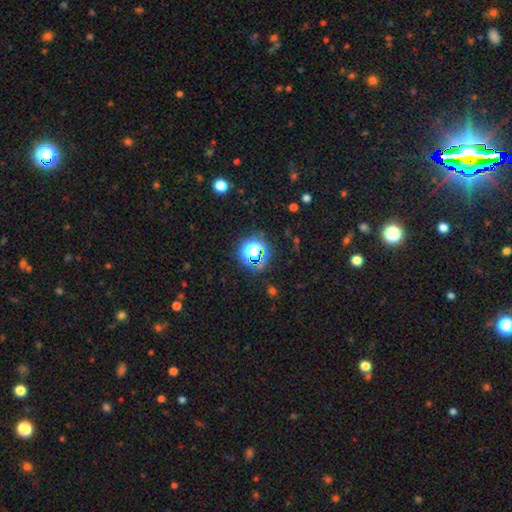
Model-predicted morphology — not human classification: Q: Smooth or featured?
A: star or artifact (62%); runner-up: smooth (29%)